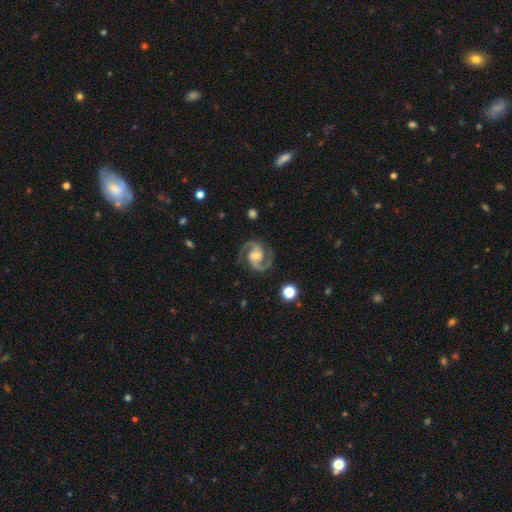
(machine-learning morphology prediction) Overall: featured or disk (93%). Edge-on disk: no (98%). Bar: no (45%; weak 38%). Spiral arms: yes (99%). Spiral arm count: 2 (94%). Spiral winding: medium (63%; tight 27%). Bulge size: moderate (59%; small 32%). Merging: none (84%).